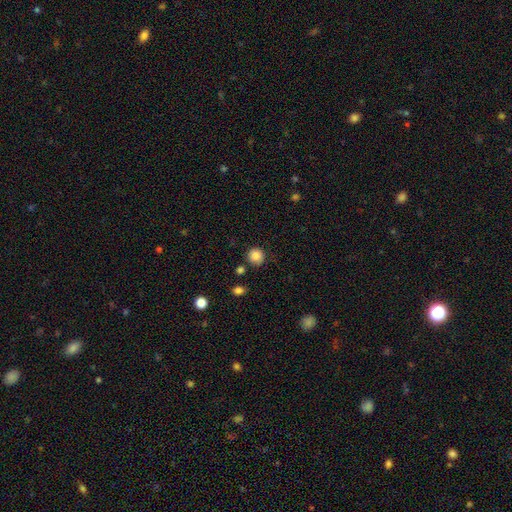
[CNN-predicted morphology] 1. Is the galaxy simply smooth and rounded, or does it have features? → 86% smooth, 10% star or artifact, 3% featured or disk.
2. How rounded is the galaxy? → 93% round, 6% in between, 1% cigar-shaped.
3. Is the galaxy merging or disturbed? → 84% none, 10% minor disturbance, 3% merger, 3% major disturbance.